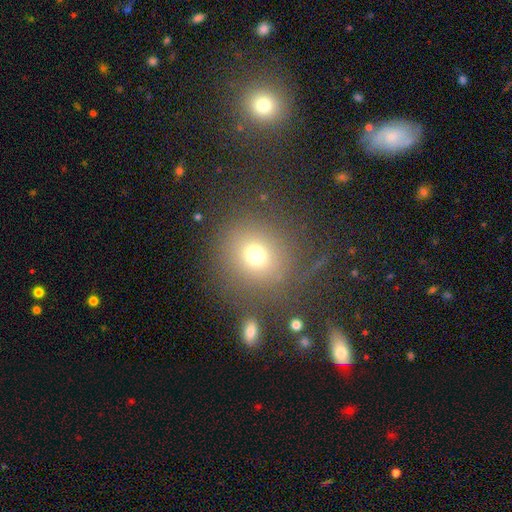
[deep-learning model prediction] A smooth galaxy with no disk features (72%) that is round (85%).

Vote fractions:
- Smooth or featured? smooth: 72% / star or artifact: 17% / featured or disk: 11%
- How rounded? round: 85% / in between: 14% / cigar-shaped: 1%
- Merging? none: 77% / minor disturbance: 10% / major disturbance: 7% / merger: 6%